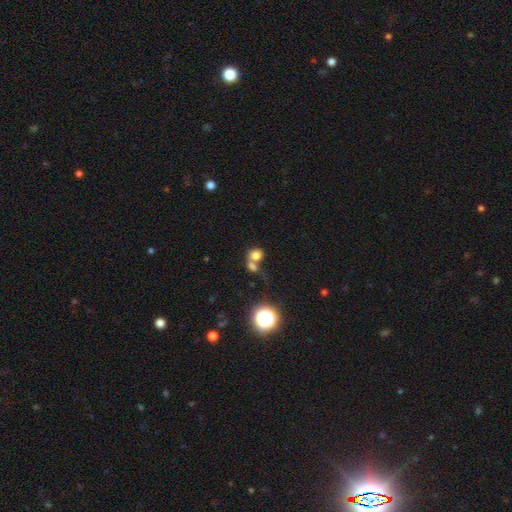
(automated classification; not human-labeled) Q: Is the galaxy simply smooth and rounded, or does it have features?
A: smooth — 74%.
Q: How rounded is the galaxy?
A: round — 73%.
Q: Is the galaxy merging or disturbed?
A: merger — 50%.